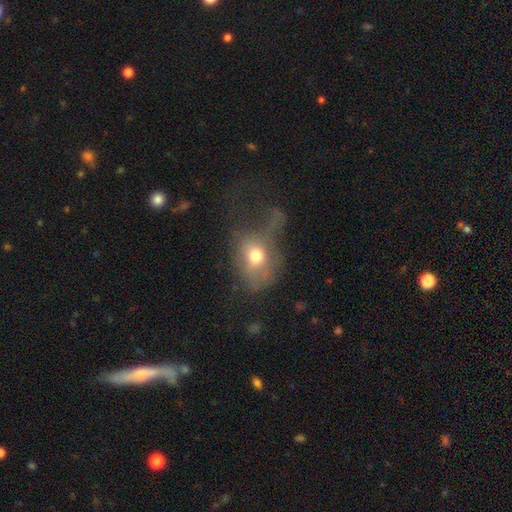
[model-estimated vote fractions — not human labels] This appears to be a smooth galaxy with no disk features (65%) that is in between round and cigar-shaped (53%). Merging: major disturbance (55%).